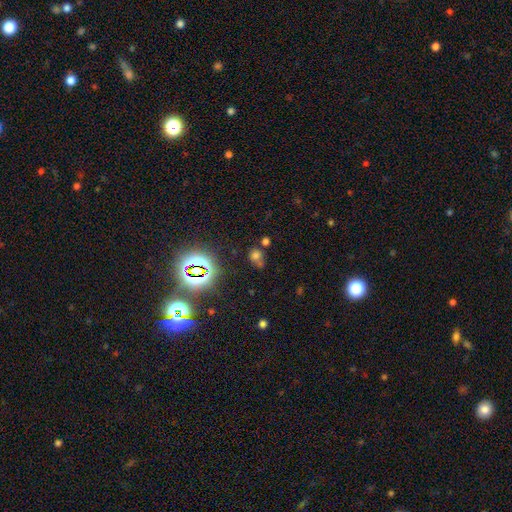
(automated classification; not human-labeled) This appears to be a smooth galaxy with no disk features (53%) that is round (64%). Merging: none (50%).